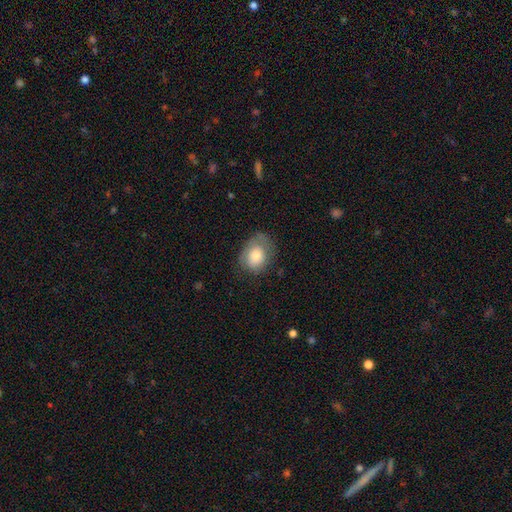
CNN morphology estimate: smooth-or-featured: smooth: 72% | featured or disk: 21% | star or artifact: 7%
  how-rounded: in between: 60% | round: 39% | cigar-shaped: 1%
  merging: none: 57% | minor disturbance: 28% | major disturbance: 14% | merger: 1%